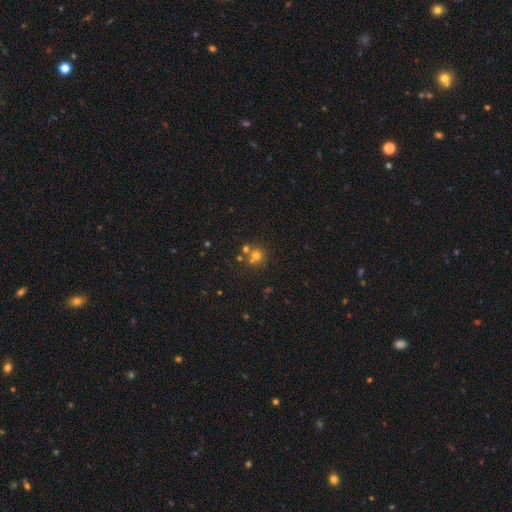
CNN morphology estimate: The model was most divided on "merging": none: 53%, merger: 35%, minor disturbance: 8%, major disturbance: 4%. More confident: how rounded — round (86%); smooth or featured — smooth (64%).